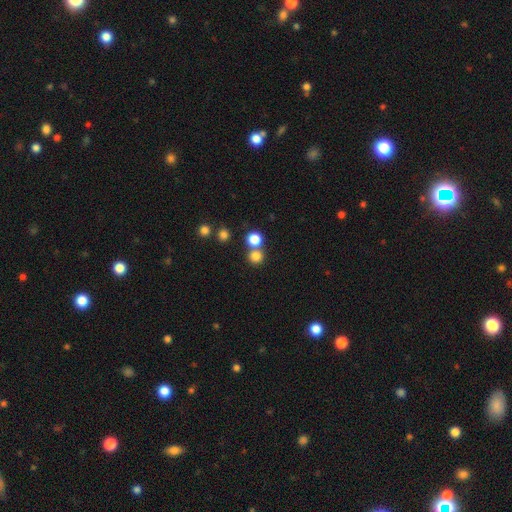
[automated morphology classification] Q: Smooth or featured?
A: smooth (80%); runner-up: star or artifact (14%)
Q: How rounded?
A: round (91%); runner-up: in between (8%)
Q: Merging?
A: none (64%); runner-up: merger (28%)